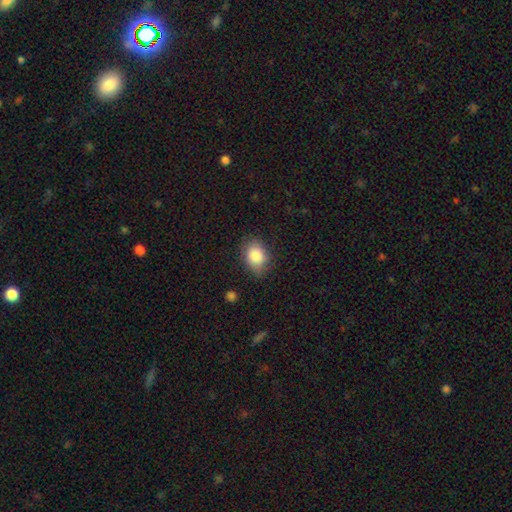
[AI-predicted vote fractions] smooth-or-featured: smooth: 86% | star or artifact: 8% | featured or disk: 6%
  how-rounded: in between: 72% | round: 26% | cigar-shaped: 1%
  merging: none: 74% | minor disturbance: 20% | major disturbance: 4% | merger: 1%